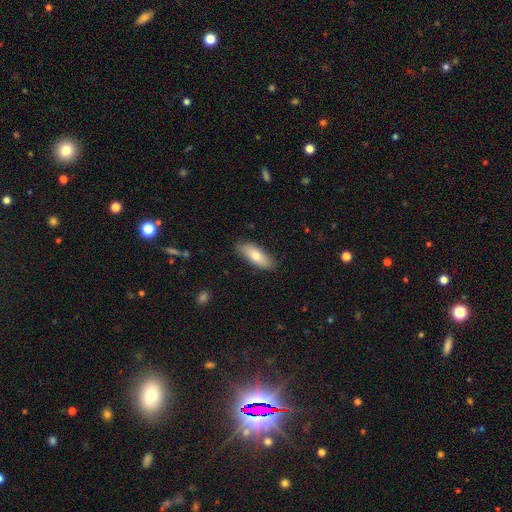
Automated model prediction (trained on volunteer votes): This is likely a smooth galaxy (73%). How rounded: likely in between (70%). Merging: clearly none (82%).